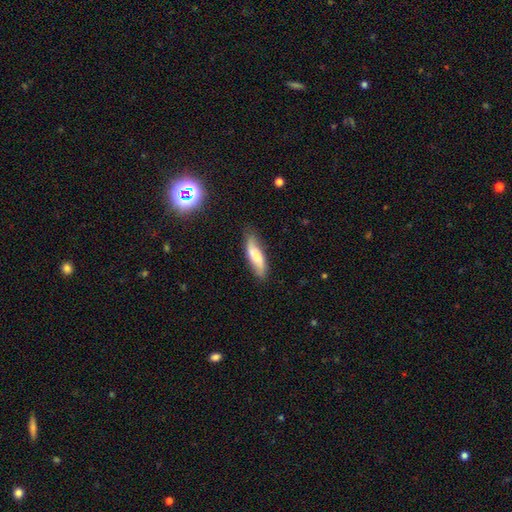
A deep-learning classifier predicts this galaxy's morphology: Q: Smooth or featured?
A: smooth (60%); runner-up: featured or disk (33%)
Q: How rounded?
A: cigar-shaped (57%); runner-up: in between (41%)
Q: Merging?
A: none (74%); runner-up: minor disturbance (20%)